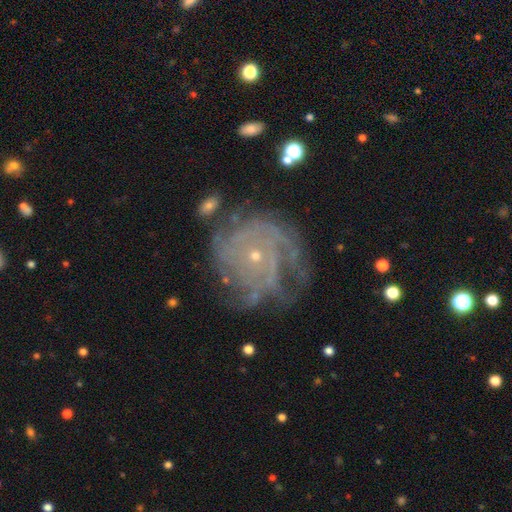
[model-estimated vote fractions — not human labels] Morphology: type=featured or disk (83%); edge-on=no (97%); bar=no (80%); spiral arms=yes (93%); winding=tight (70%); arm count=can't tell (36%); bulge=small (83%); merging=none (59%).